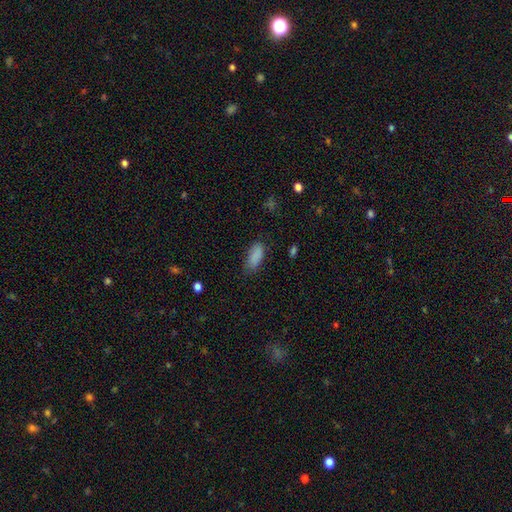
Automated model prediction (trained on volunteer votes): Smooth or featured?
  - smooth: 87% *
  - star or artifact: 8%
  - featured or disk: 5%
How rounded?
  - in between: 87% *
  - cigar-shaped: 10%
  - round: 2%
Merging?
  - none: 68% *
  - minor disturbance: 24%
  - major disturbance: 6%
  - merger: 2%